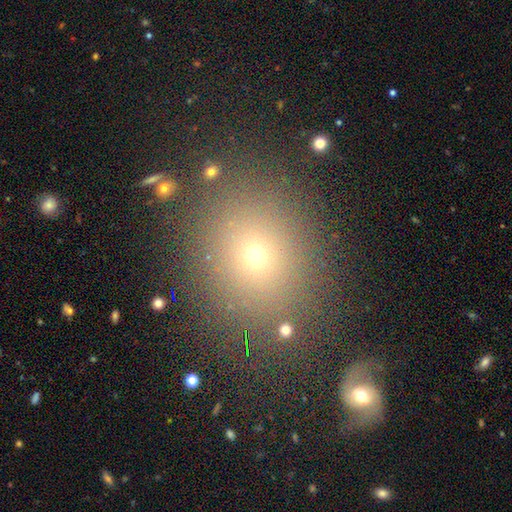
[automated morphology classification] A smooth galaxy with no disk features (65%) that is round (64%).

Vote fractions:
- Smooth or featured? smooth: 65% / star or artifact: 24% / featured or disk: 11%
- How rounded? round: 64% / in between: 35% / cigar-shaped: 2%
- Merging? none: 83% / minor disturbance: 9% / major disturbance: 4% / merger: 3%